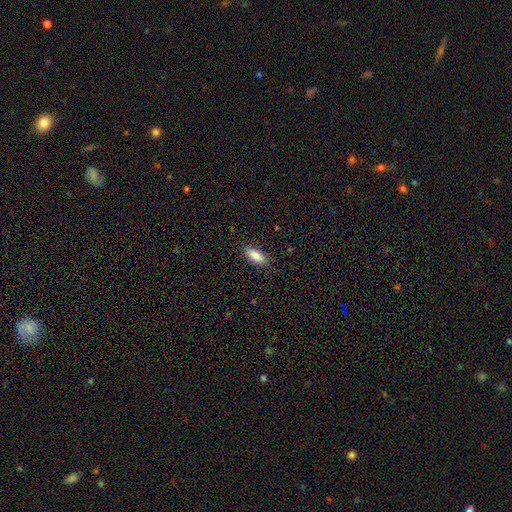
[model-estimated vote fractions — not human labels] Smooth or featured? smooth (84%)
How rounded? in between (85%)
Merging? none (87%)